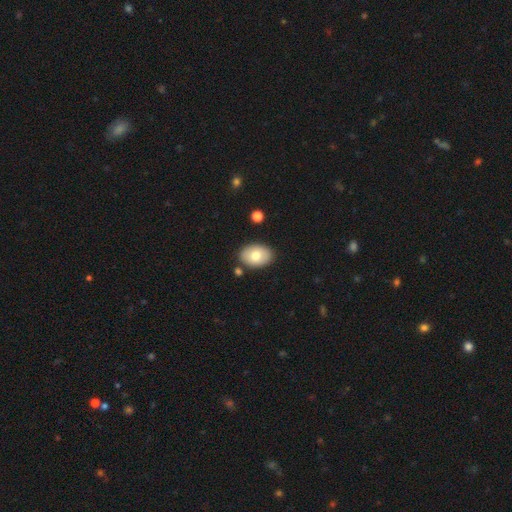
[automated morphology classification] Smooth or featured? smooth (74%)
How rounded? in between (84%)
Merging? none (84%)